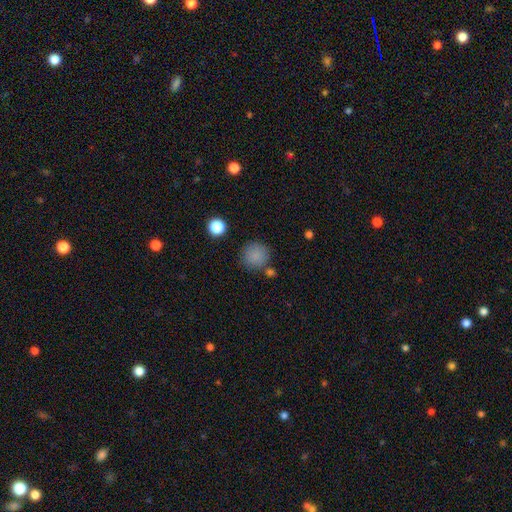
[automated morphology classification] Smooth or featured: smooth — 84% (star or artifact — 11%)
How rounded: round — 93% (in between — 6%)
Merging: none — 78% (minor disturbance — 11%)